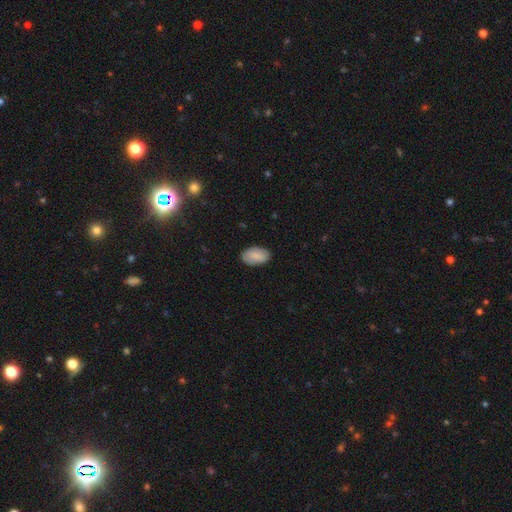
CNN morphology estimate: Smooth or featured? smooth (87%)
How rounded? in between (94%)
Merging? none (87%)